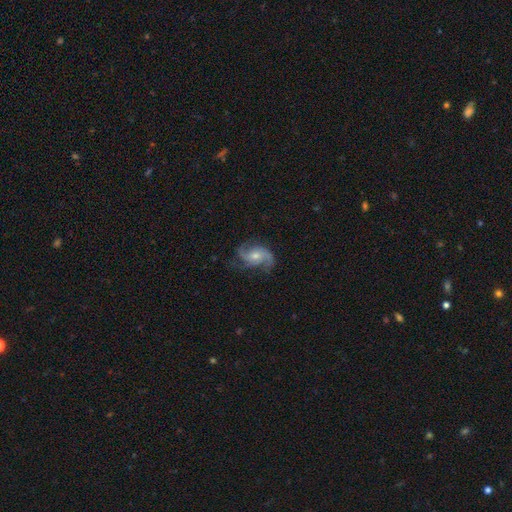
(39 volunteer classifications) This appears to be a featured or disk galaxy (87%) with no bar (65%), 3 (55%) medium (58%) spiral arms (100%) and a moderate central bulge (71%). Merging: none (66%).